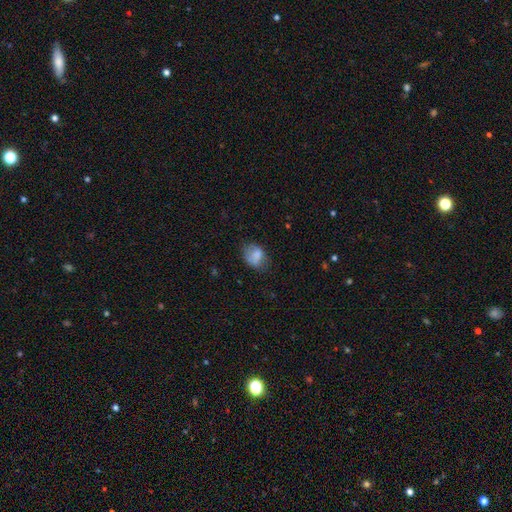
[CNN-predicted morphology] A smooth galaxy with no disk features (76%) that is in between round and cigar-shaped (63%). Merging: none (54%).